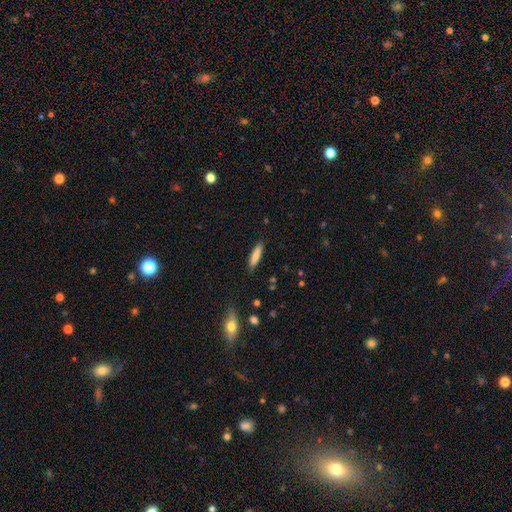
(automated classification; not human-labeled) Overall: smooth (83%). How rounded: cigar-shaped (79%). Merging: none (87%).